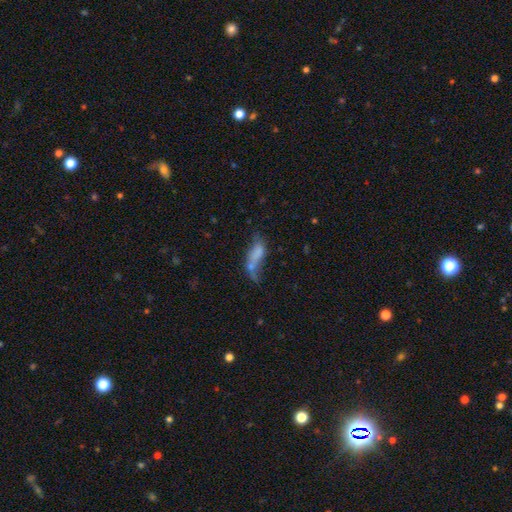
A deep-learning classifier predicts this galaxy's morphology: A smooth galaxy with no disk features (57%) that is in between round and cigar-shaped (67%). Merging: merger (31%).